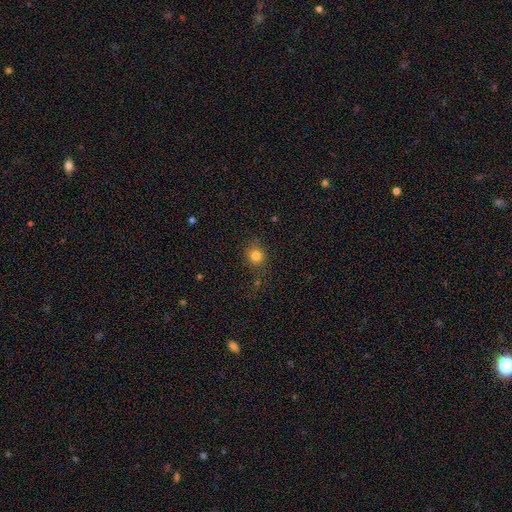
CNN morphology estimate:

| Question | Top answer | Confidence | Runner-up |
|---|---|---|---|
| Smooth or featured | smooth | 82% | star or artifact (13%) |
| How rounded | round | 85% | in between (14%) |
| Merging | none | 79% | minor disturbance (13%) |